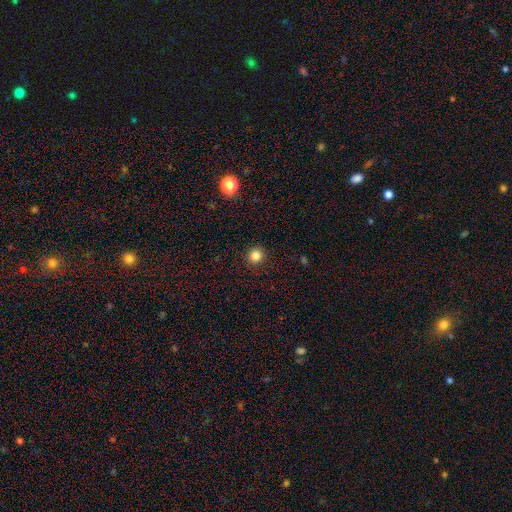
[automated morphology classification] Q: Smooth or featured?
A: smooth (84%); runner-up: star or artifact (12%)
Q: How rounded?
A: round (94%); runner-up: in between (5%)
Q: Merging?
A: none (92%); runner-up: minor disturbance (5%)